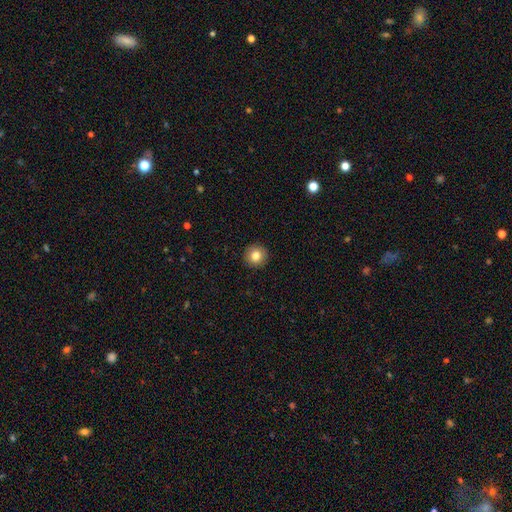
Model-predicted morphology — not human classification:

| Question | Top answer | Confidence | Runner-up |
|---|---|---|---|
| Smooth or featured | smooth | 81% | star or artifact (10%) |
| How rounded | round | 95% | in between (4%) |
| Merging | none | 93% | minor disturbance (5%) |